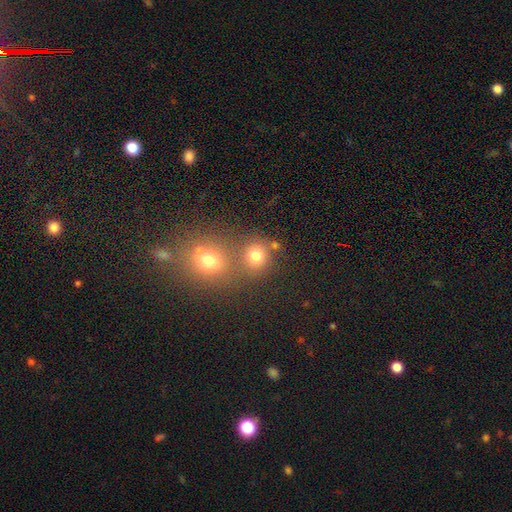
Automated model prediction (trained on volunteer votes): Smooth or featured: smooth — 75% (star or artifact — 18%)
How rounded: round — 84% (in between — 15%)
Merging: none — 57% (merger — 32%)